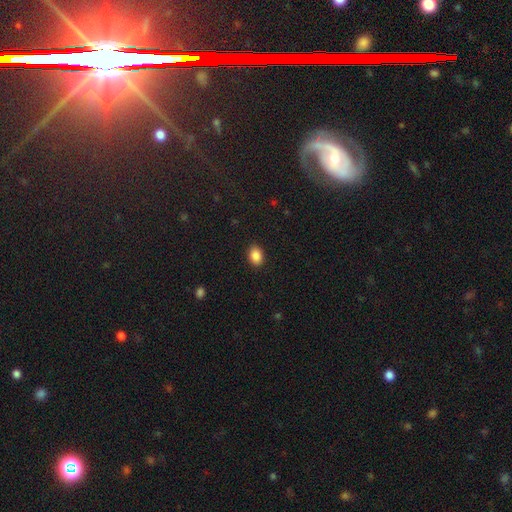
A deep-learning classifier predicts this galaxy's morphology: Smooth or featured: smooth — 88% (star or artifact — 8%)
How rounded: in between — 76% (round — 23%)
Merging: none — 90% (minor disturbance — 7%)